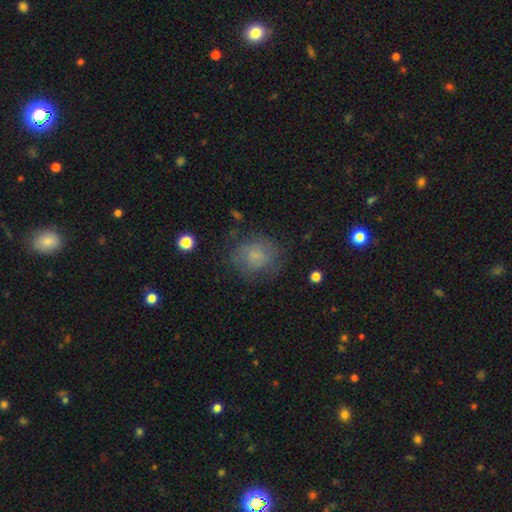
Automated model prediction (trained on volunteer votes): This appears to be a smooth galaxy with no disk features (69%) that is round (73%). Merging: none (68%).